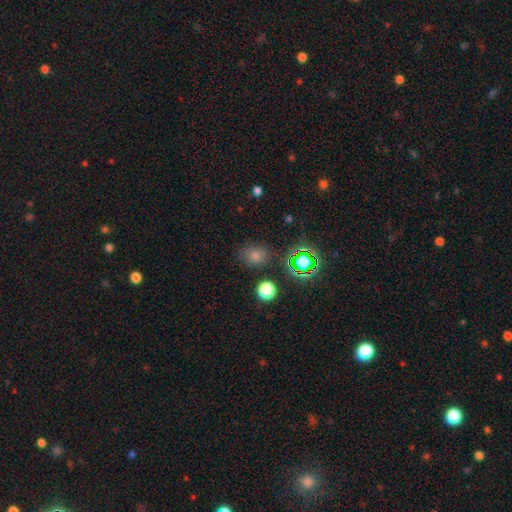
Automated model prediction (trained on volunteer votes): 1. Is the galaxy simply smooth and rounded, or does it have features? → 72% smooth, 22% star or artifact, 6% featured or disk.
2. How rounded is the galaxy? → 57% round, 42% in between, 1% cigar-shaped.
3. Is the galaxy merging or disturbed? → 79% none, 13% minor disturbance, 4% major disturbance, 4% merger.